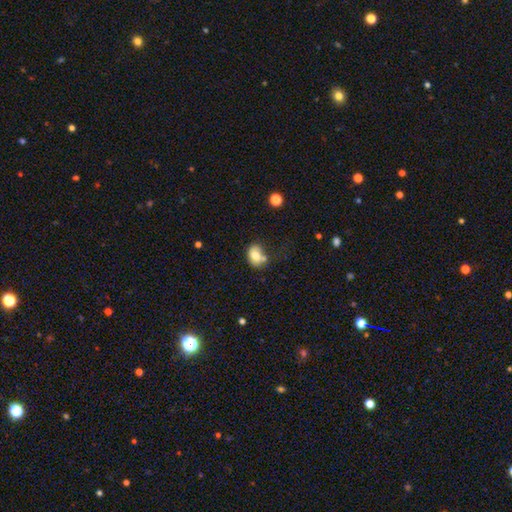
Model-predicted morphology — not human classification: smooth_or_featured: smooth (p=0.77) [alt: featured or disk p=0.14]
how_rounded: in between (p=0.67) [alt: round p=0.32]
merging: none (p=0.48) [alt: merger p=0.24]